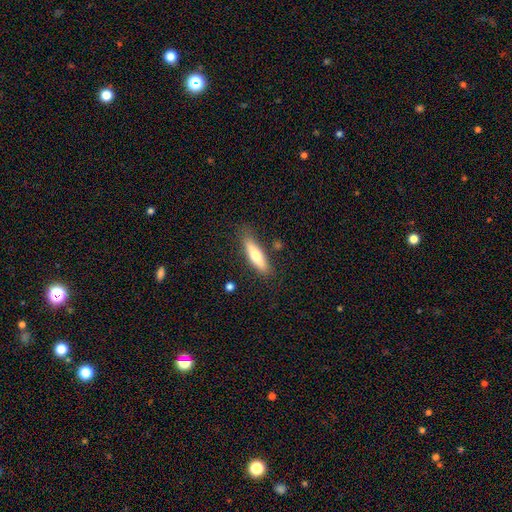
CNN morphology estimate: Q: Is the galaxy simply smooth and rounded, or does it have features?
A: smooth — 64%.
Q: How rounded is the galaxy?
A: cigar-shaped — 73%.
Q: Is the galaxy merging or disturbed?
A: none — 79%.